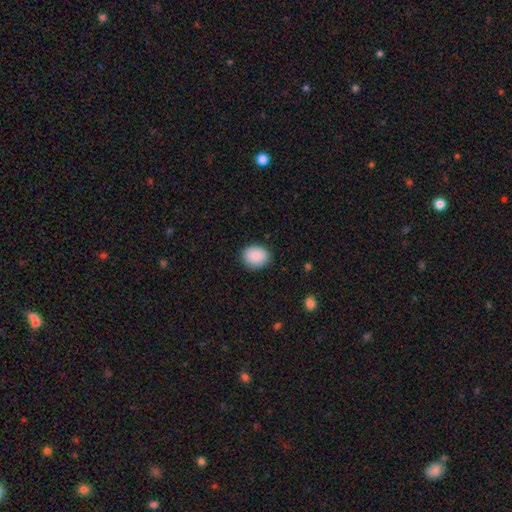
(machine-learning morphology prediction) Smooth or featured? smooth (88%)
How rounded? round (57%)
Merging? none (87%)